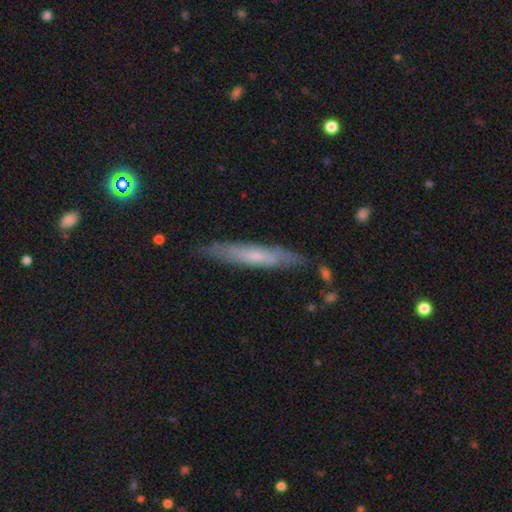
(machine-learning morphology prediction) type=featured or disk (49%); merging=none (80%).